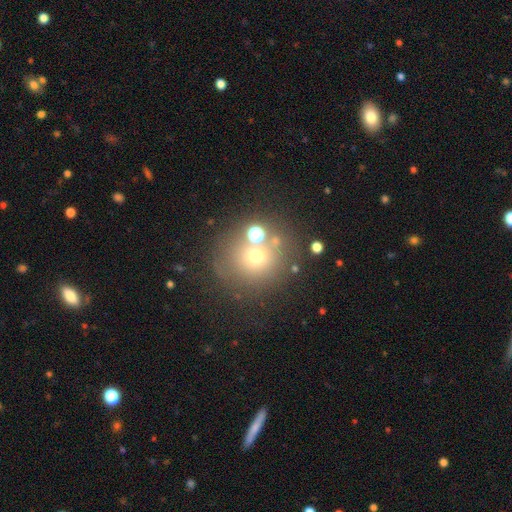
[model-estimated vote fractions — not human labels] This is likely a smooth galaxy (61%). How rounded: clearly round (88%). Merging: likely none (67%).